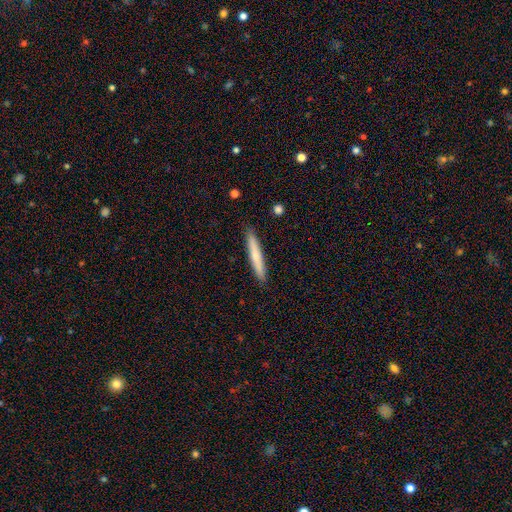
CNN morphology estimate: Q: Smooth or featured?
A: smooth (67%); runner-up: featured or disk (27%)
Q: How rounded?
A: cigar-shaped (95%); runner-up: in between (4%)
Q: Merging?
A: none (90%); runner-up: minor disturbance (7%)